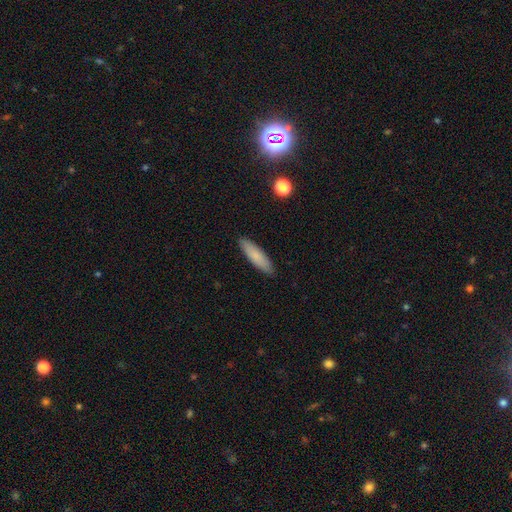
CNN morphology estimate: Smooth or featured: smooth — 80% (featured or disk — 13%)
How rounded: cigar-shaped — 66% (in between — 32%)
Merging: none — 90% (minor disturbance — 8%)